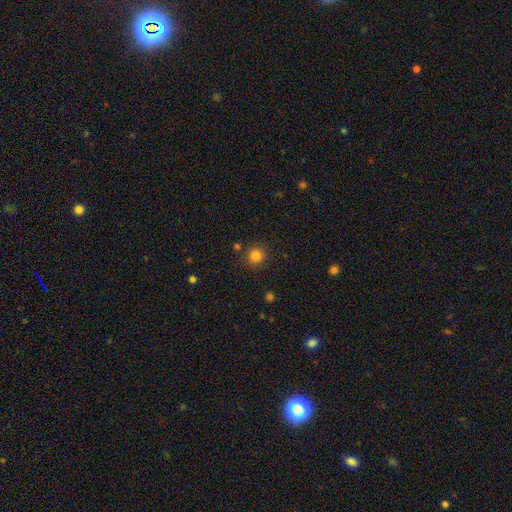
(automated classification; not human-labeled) Q: Smooth or featured?
A: smooth (82%); runner-up: star or artifact (13%)
Q: How rounded?
A: round (92%); runner-up: in between (7%)
Q: Merging?
A: none (85%); runner-up: minor disturbance (8%)